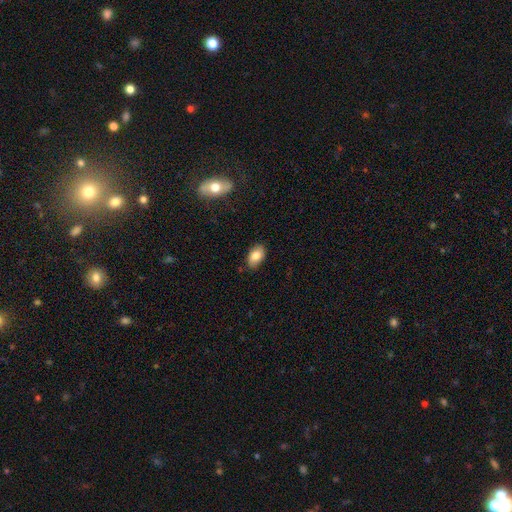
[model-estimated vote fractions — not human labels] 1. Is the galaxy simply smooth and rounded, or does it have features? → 81% smooth, 11% featured or disk, 8% star or artifact.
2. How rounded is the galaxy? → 92% in between, 7% round, 2% cigar-shaped.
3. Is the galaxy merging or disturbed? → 83% none, 13% minor disturbance, 2% major disturbance, 1% merger.